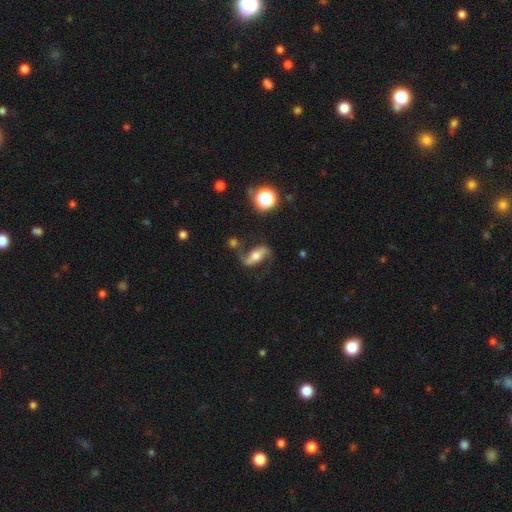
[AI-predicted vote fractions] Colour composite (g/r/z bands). It shows a featured or disk galaxy (74%) with a strong bar (39%), 2 (91%) loose (72%) spiral arms (91%) and a moderate central bulge (56%). Merging: none (65%).